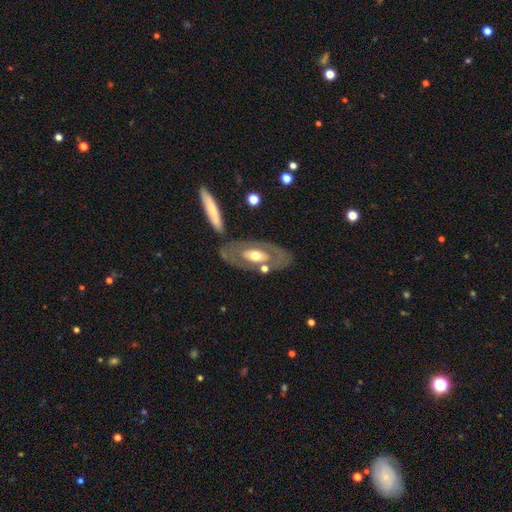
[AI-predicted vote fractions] Smooth or featured? featured or disk (59%)
Edge-on disk? no (84%)
Merging? none (72%)